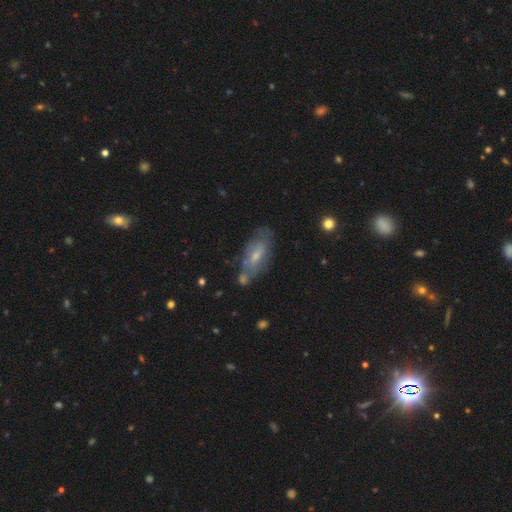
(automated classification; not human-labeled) Smooth or featured? Predicted: featured or disk (p=0.47). Merging? Predicted: none (p=0.59).